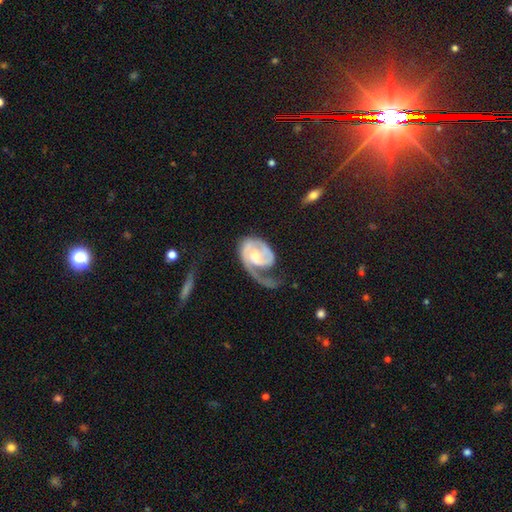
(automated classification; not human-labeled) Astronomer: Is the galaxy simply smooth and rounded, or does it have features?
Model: featured or disk — 84%.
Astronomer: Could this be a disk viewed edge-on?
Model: no — 98%.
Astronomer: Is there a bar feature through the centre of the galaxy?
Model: no — 59%.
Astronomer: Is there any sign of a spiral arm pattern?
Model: yes — 94%.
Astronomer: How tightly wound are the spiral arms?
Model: tight — 38% (runner-up: medium, 37%).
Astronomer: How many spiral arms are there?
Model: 1 — 64%.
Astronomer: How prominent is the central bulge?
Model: moderate — 44% (runner-up: small, 37%).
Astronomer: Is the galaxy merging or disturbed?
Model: major disturbance — 52%.